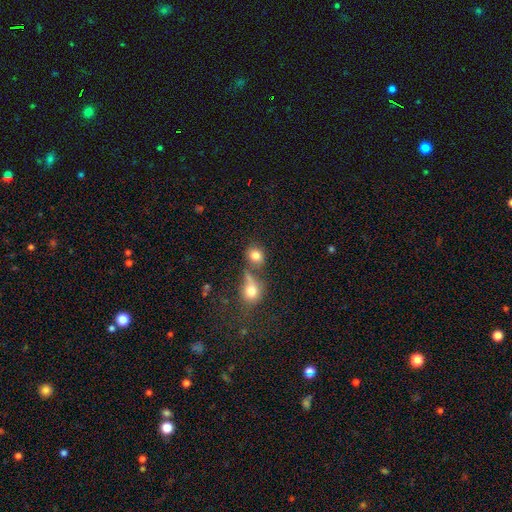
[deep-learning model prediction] A smooth galaxy with no disk features (80%) that is round (68%).

Vote fractions:
- Smooth or featured? smooth: 80% / star or artifact: 12% / featured or disk: 8%
- How rounded? round: 68% / in between: 31% / cigar-shaped: 1%
- Merging? none: 54% / merger: 29% / minor disturbance: 11% / major disturbance: 6%